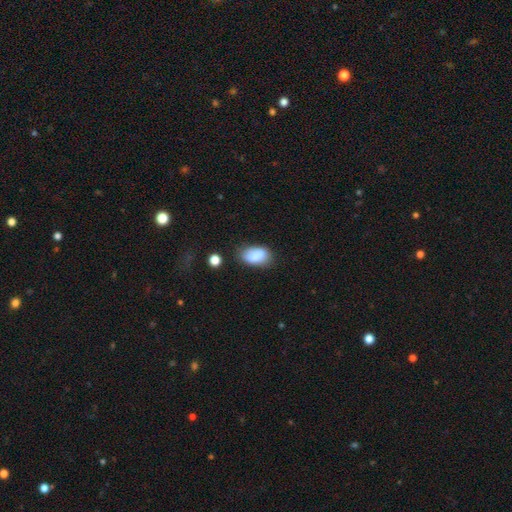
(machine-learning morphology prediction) Smooth or featured?
  - smooth: 76% *
  - featured or disk: 16%
  - star or artifact: 8%
How rounded?
  - in between: 89% *
  - round: 9%
  - cigar-shaped: 2%
Merging?
  - none: 50% *
  - minor disturbance: 22%
  - merger: 21%
  - major disturbance: 7%